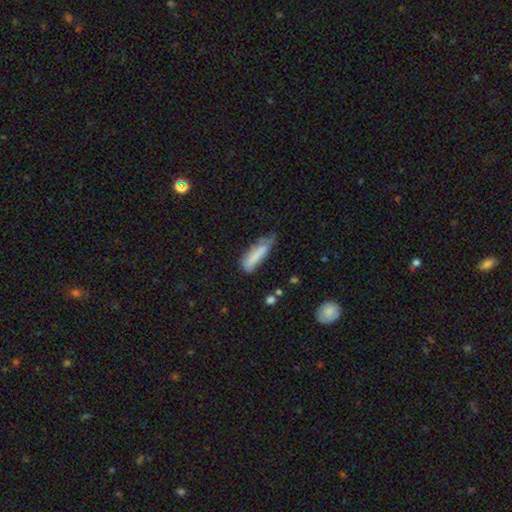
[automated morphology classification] This is likely a smooth galaxy (75%). How rounded: likely cigar-shaped (66%). Merging: marginally minor disturbance (42%).